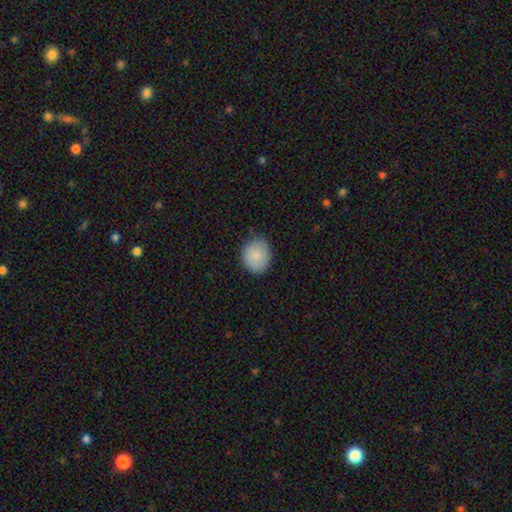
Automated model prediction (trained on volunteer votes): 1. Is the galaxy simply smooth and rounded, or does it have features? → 85% smooth, 8% featured or disk, 7% star or artifact.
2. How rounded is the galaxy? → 61% round, 38% in between, 1% cigar-shaped.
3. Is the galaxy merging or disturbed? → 77% none, 18% minor disturbance, 3% major disturbance, 1% merger.